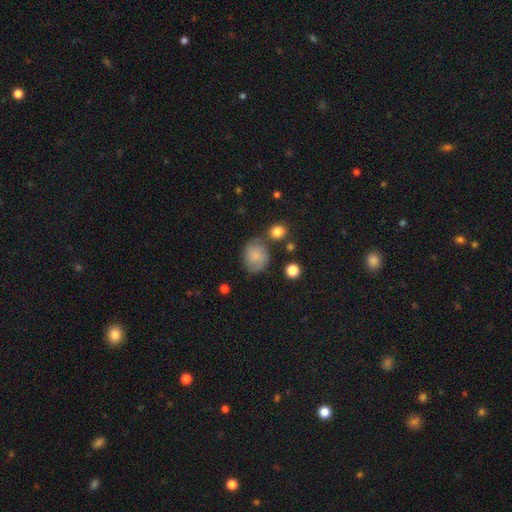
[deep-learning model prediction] Morphology: type=smooth (72%); roundness=round (57%); merging=none (62%).